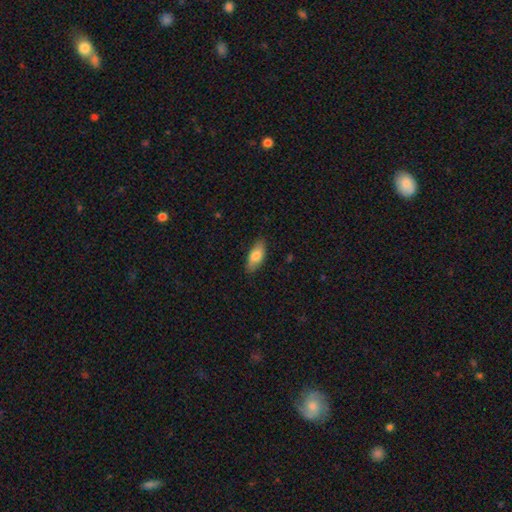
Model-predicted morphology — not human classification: This is likely a smooth galaxy (79%). How rounded: clearly in between (82%). Merging: clearly none (85%).